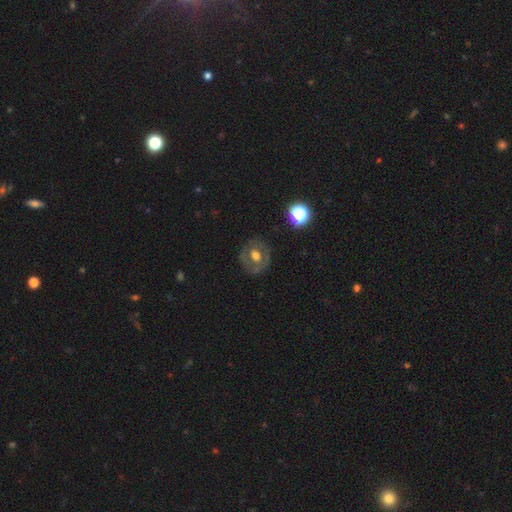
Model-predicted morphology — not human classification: A featured or disk galaxy (50%).

Vote fractions:
- Smooth or featured? featured or disk: 50% / smooth: 41% / star or artifact: 9%
- Edge-on disk? no: 95% / yes: 5%
- Merging? none: 80% / minor disturbance: 13% / major disturbance: 6% / merger: 1%